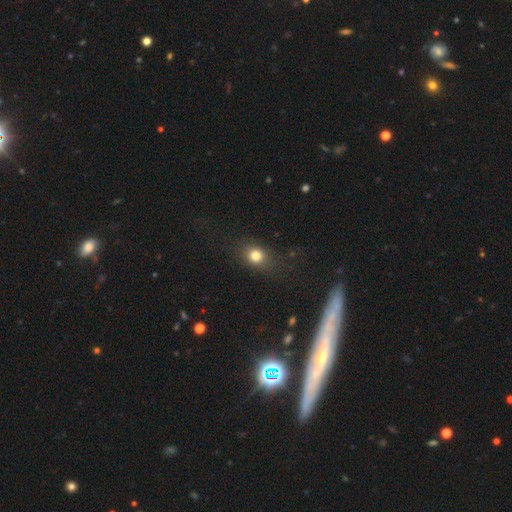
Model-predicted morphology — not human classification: Q: Smooth or featured?
A: smooth (79%); runner-up: star or artifact (13%)
Q: How rounded?
A: round (61%); runner-up: in between (37%)
Q: Merging?
A: none (77%); runner-up: minor disturbance (15%)